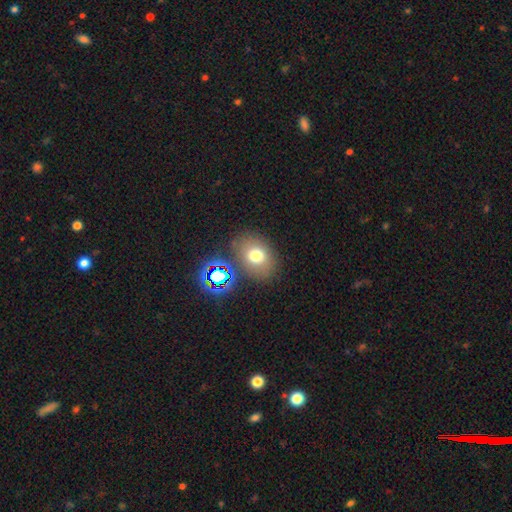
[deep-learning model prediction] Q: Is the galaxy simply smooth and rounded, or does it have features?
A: smooth — 70%.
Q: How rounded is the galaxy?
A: in between — 57%.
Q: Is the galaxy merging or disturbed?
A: none — 77%.